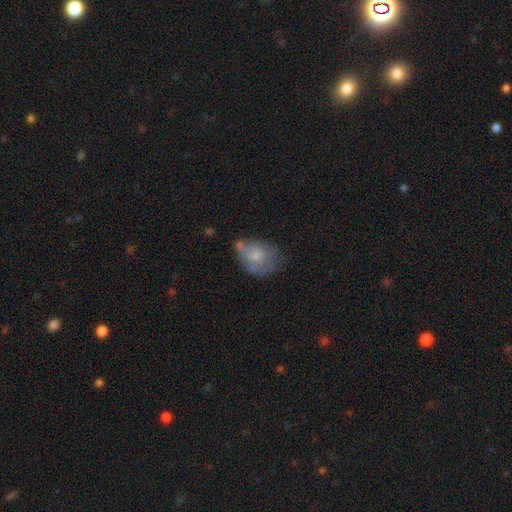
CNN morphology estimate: Smooth or featured?
  - smooth: 61% *
  - featured or disk: 31%
  - star or artifact: 8%
How rounded?
  - in between: 71% *
  - round: 28%
  - cigar-shaped: 1%
Merging?
  - none: 37% *
  - minor disturbance: 32%
  - major disturbance: 21%
  - merger: 10%